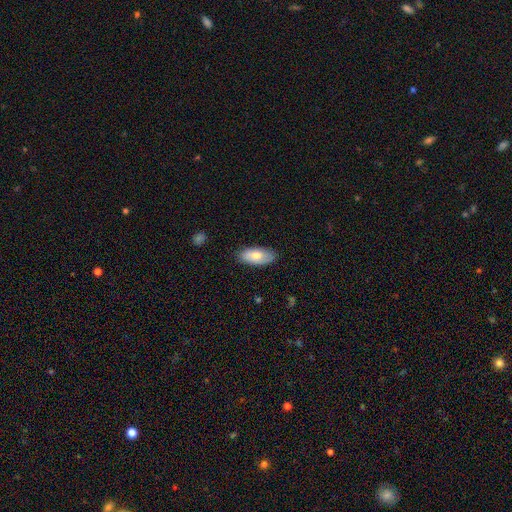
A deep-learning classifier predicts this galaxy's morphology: Overall: smooth (71%). How rounded: in between (90%). Merging: none (83%).